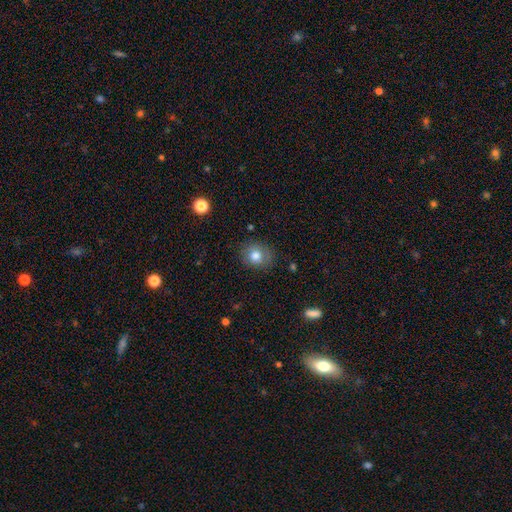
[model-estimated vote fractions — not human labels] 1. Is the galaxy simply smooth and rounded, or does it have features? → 79% smooth, 11% featured or disk, 10% star or artifact.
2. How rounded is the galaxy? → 67% round, 32% in between, 1% cigar-shaped.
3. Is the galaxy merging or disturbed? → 81% none, 14% minor disturbance, 4% major disturbance, 1% merger.